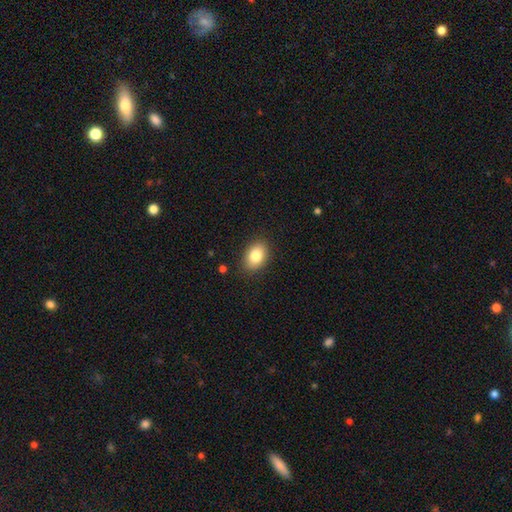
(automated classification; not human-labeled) smooth-or-featured: smooth: 83% | featured or disk: 9% | star or artifact: 8%
  how-rounded: in between: 83% | round: 16% | cigar-shaped: 1%
  merging: none: 87% | minor disturbance: 10% | major disturbance: 2% | merger: 1%